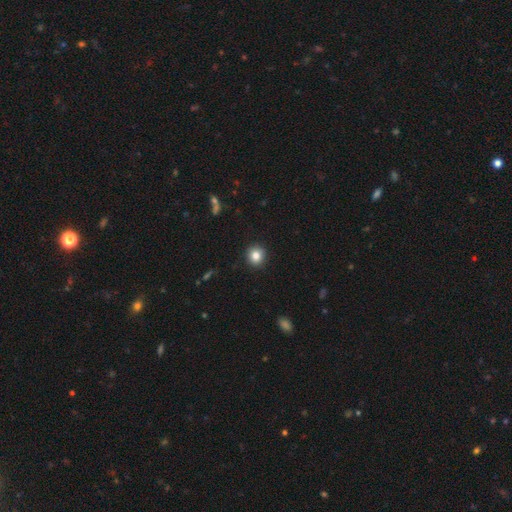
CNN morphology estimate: Smooth or featured?
  - smooth: 83% *
  - star or artifact: 11%
  - featured or disk: 7%
How rounded?
  - round: 91% *
  - in between: 8%
  - cigar-shaped: 1%
Merging?
  - none: 92% *
  - minor disturbance: 5%
  - major disturbance: 2%
  - merger: 1%